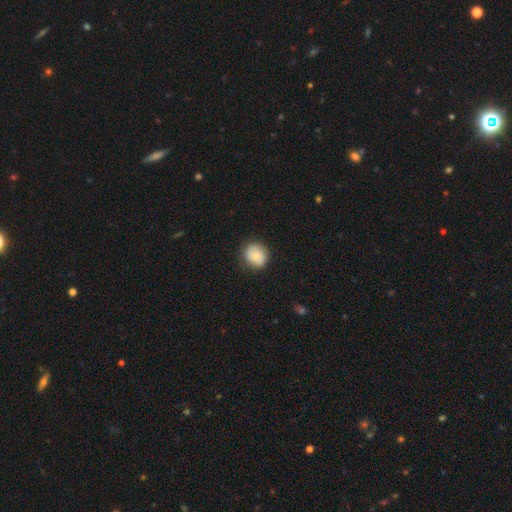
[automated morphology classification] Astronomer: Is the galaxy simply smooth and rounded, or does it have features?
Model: smooth — 83%.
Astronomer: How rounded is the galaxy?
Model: round — 74%.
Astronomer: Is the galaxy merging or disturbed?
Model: none — 80%.